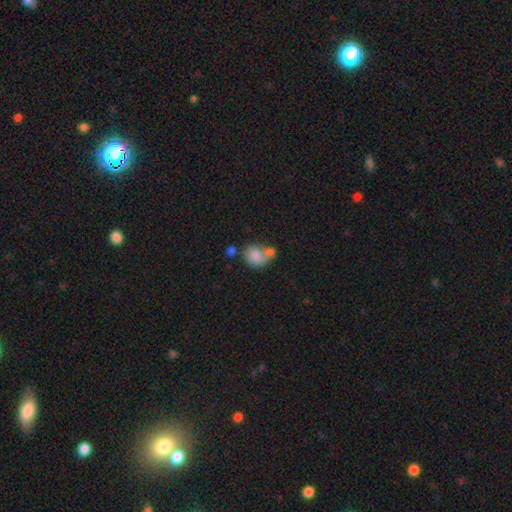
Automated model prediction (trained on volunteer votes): Morphology: type=smooth (77%); roundness=round (54%); merging=merger (51%).